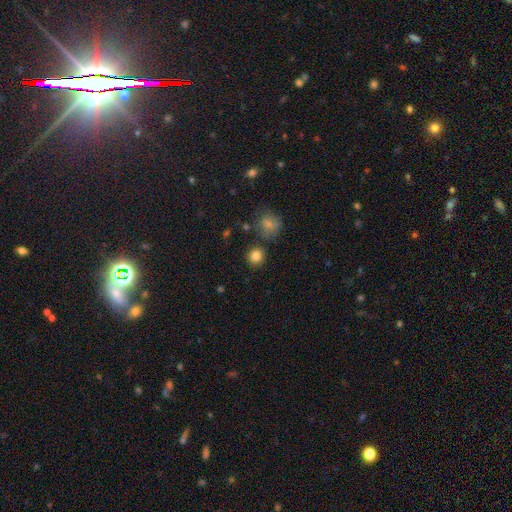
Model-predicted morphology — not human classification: Smooth or featured?
  - smooth: 84% *
  - star or artifact: 11%
  - featured or disk: 5%
How rounded?
  - round: 89% *
  - in between: 10%
  - cigar-shaped: 1%
Merging?
  - none: 83% *
  - minor disturbance: 9%
  - merger: 6%
  - major disturbance: 3%